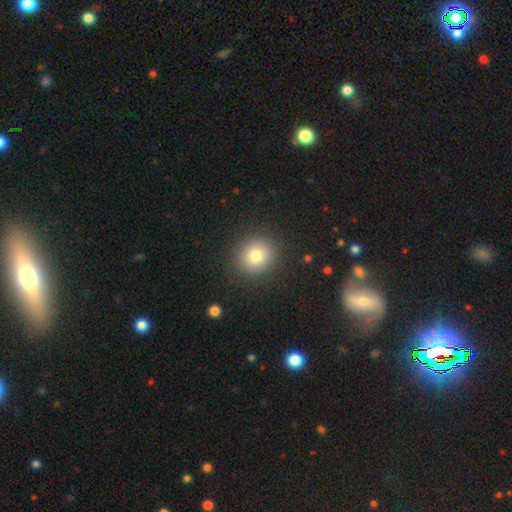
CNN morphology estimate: A smooth galaxy with no disk features (80%) that is round (86%).

Vote fractions:
- Smooth or featured? smooth: 80% / star or artifact: 11% / featured or disk: 9%
- How rounded? round: 86% / in between: 13% / cigar-shaped: 1%
- Merging? none: 89% / minor disturbance: 7% / major disturbance: 3% / merger: 1%